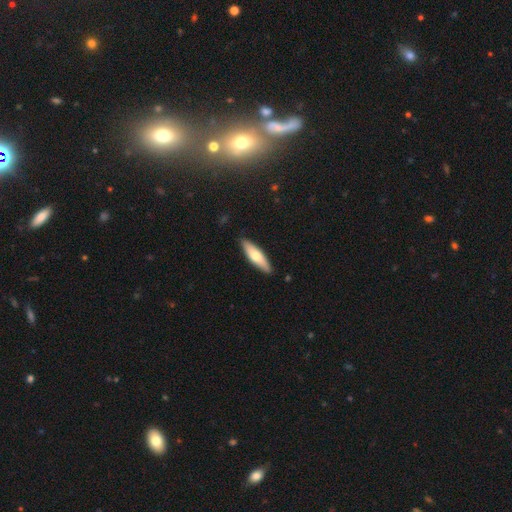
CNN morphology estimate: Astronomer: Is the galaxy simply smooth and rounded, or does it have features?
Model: smooth — 63%.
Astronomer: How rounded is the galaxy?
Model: cigar-shaped — 60% (runner-up: in between, 38%).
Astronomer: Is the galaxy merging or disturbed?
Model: none — 88%.